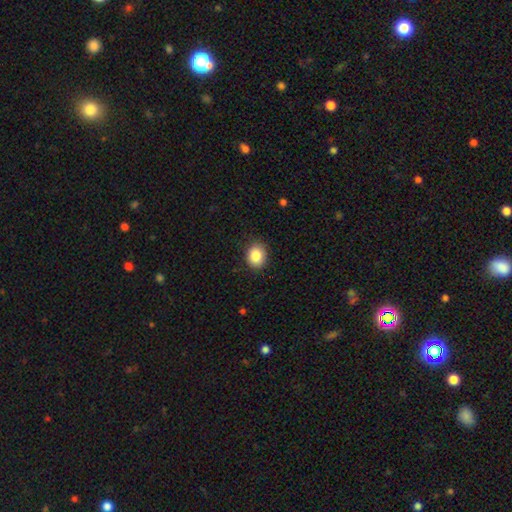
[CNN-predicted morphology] The model was most divided on "how rounded": round: 58%, in between: 41%, cigar-shaped: 1%. More confident: smooth or featured — smooth (86%); merging — none (86%).